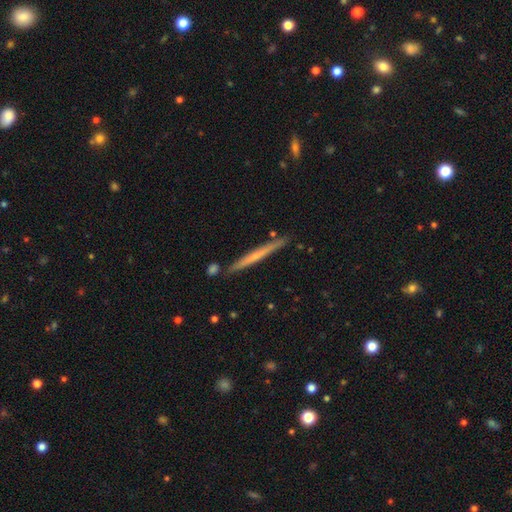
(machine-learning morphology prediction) featured or disk 52%, smooth 42%, star or artifact 5%. Down the decision tree: edge-on disk — yes (97%); edge-on bulge — none (73%); merging — none (86%).